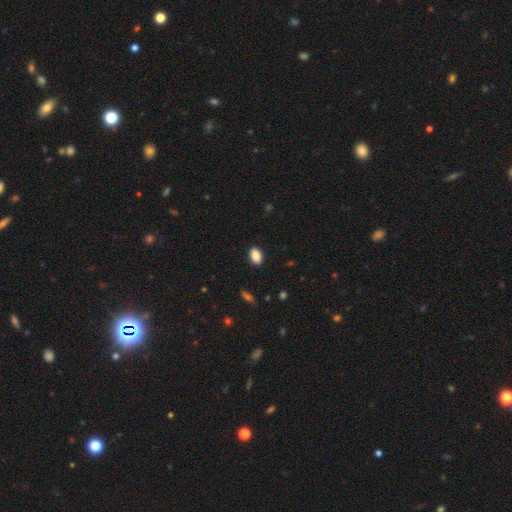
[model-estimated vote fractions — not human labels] Overall: smooth (89%). How rounded: in between (90%). Merging: none (89%).